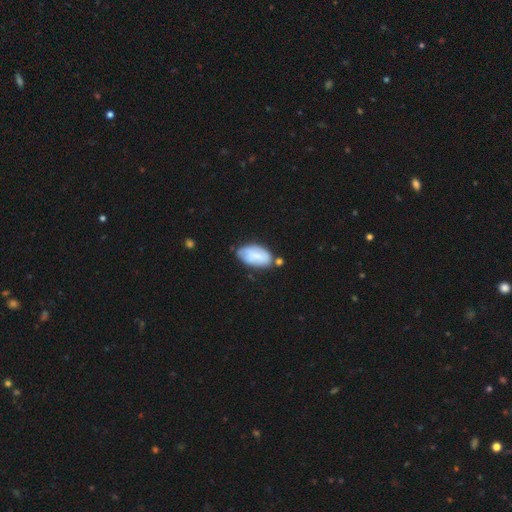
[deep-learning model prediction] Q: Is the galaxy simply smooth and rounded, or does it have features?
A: smooth — 71%.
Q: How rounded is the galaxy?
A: in between — 94%.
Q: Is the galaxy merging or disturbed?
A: none — 55%.